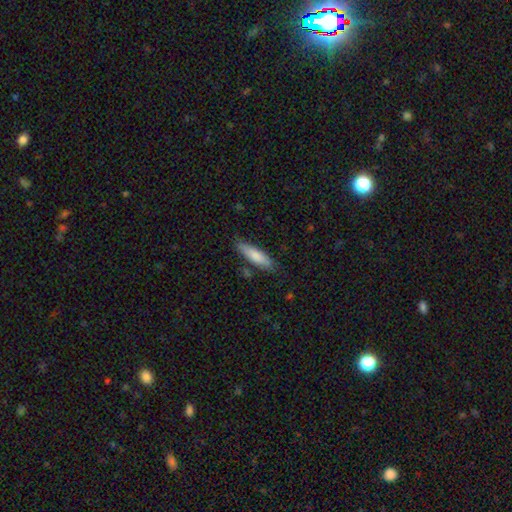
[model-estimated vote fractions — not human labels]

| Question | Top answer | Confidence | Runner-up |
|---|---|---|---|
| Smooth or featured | smooth | 81% | featured or disk (13%) |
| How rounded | cigar-shaped | 65% | in between (34%) |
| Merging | none | 79% | minor disturbance (15%) |